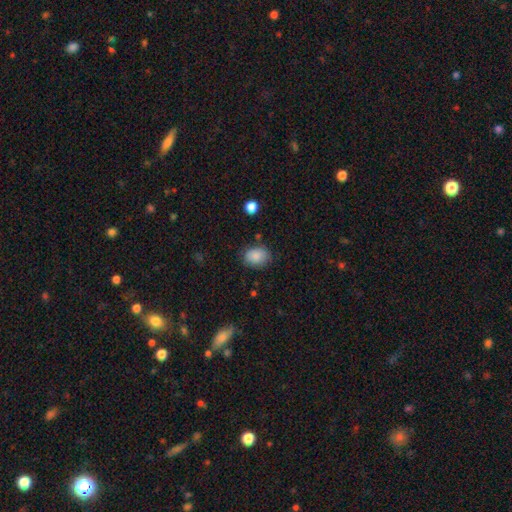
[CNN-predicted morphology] This is clearly a smooth galaxy (87%). How rounded: likely in between (60%). Merging: likely none (77%).